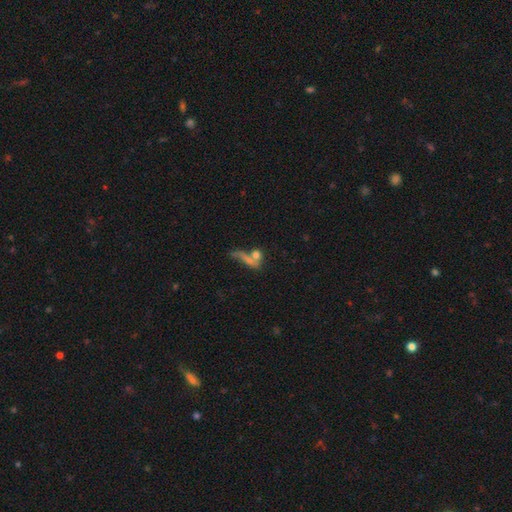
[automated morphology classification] A smooth galaxy with no disk features (65%) that is round (36%). Merging: merger (40%).